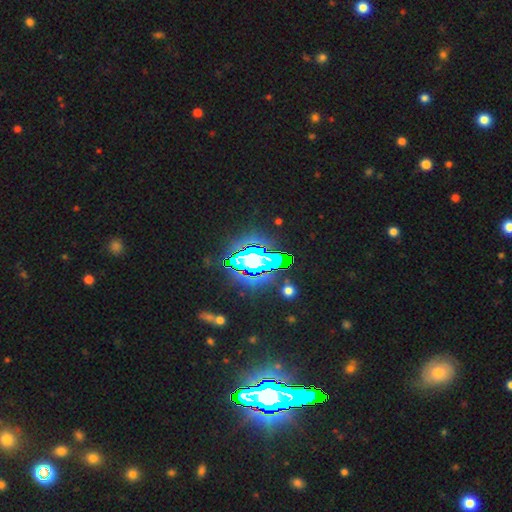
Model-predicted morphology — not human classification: Smooth or featured: star or artifact — 82% (featured or disk — 9%)